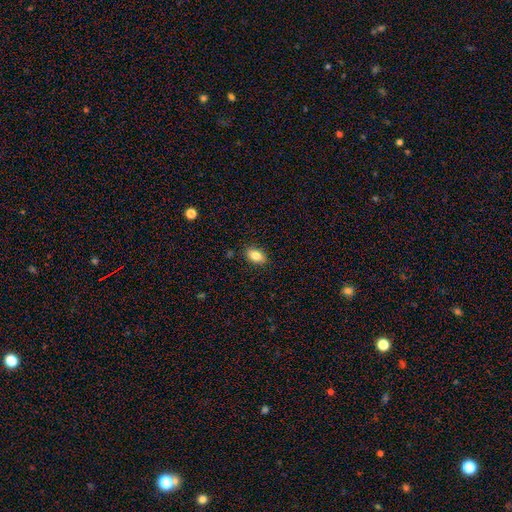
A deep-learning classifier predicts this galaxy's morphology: Overall: smooth (83%). How rounded: in between (87%). Merging: none (87%).